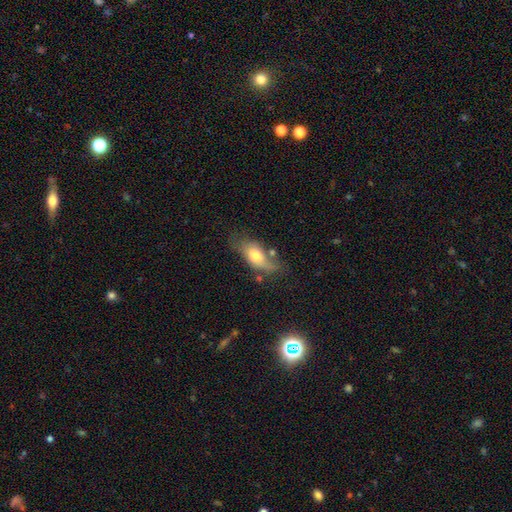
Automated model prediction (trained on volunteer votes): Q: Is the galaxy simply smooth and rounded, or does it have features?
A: smooth — 67%.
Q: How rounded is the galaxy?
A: in between — 86%.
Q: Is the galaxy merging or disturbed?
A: none — 52%.